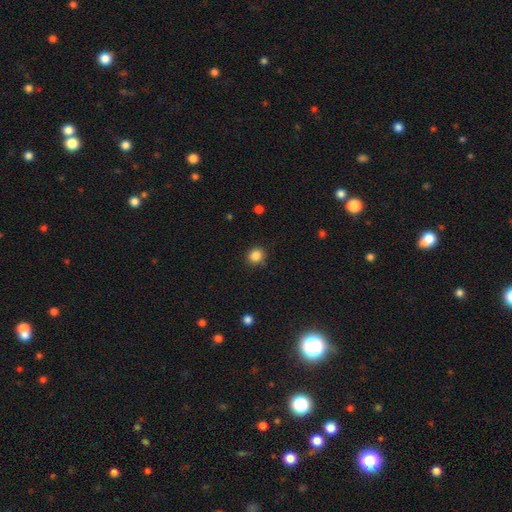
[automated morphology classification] smooth-or-featured: smooth: 85% | star or artifact: 11% | featured or disk: 4%
  how-rounded: round: 85% | in between: 14% | cigar-shaped: 1%
  merging: none: 86% | minor disturbance: 10% | major disturbance: 2% | merger: 1%